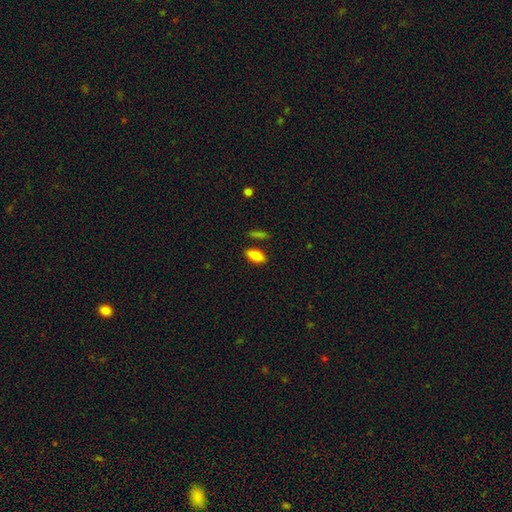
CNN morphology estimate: type=smooth (83%); roundness=in between (87%); merging=none (84%).